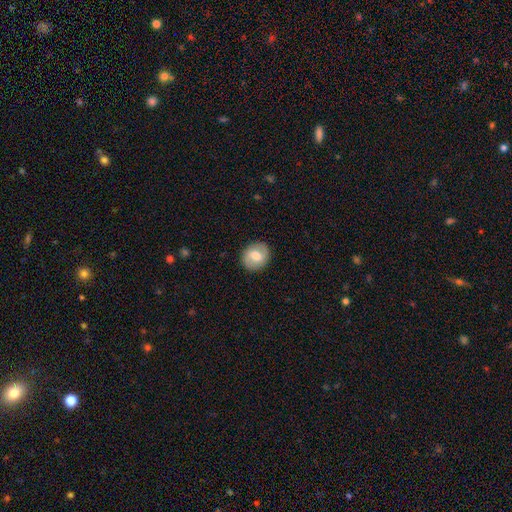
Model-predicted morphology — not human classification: A smooth galaxy with no disk features (60%) that is round (74%). Merging: none (88%).